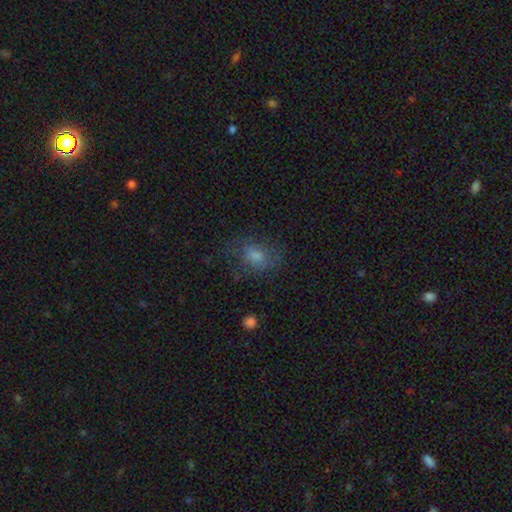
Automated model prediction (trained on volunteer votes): Smooth or featured? Predicted: smooth (p=0.61). How rounded? Predicted: in between (p=0.61). Merging? Predicted: none (p=0.61).